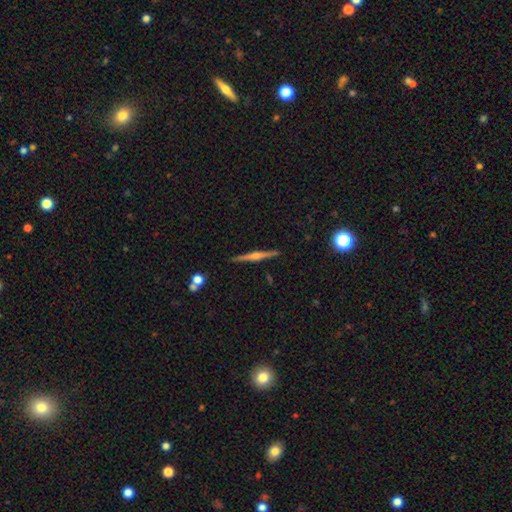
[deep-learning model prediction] A featured or disk galaxy (80%) viewed edge-on (98%) with a rounded central bulge (90%).

Vote fractions:
- Smooth or featured? featured or disk: 80% / smooth: 13% / star or artifact: 6%
- Edge-on disk? yes: 98% / no: 2%
- Edge-on bulge? rounded: 90% / boxy: 6% / none: 5%
- Merging? none: 92% / minor disturbance: 5% / merger: 1% / major disturbance: 1%